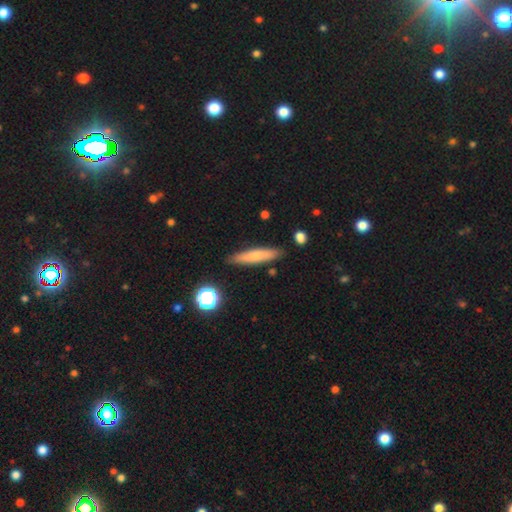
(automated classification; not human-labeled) Smooth or featured: smooth — 69% (featured or disk — 24%)
How rounded: cigar-shaped — 87% (in between — 11%)
Merging: none — 86% (minor disturbance — 10%)